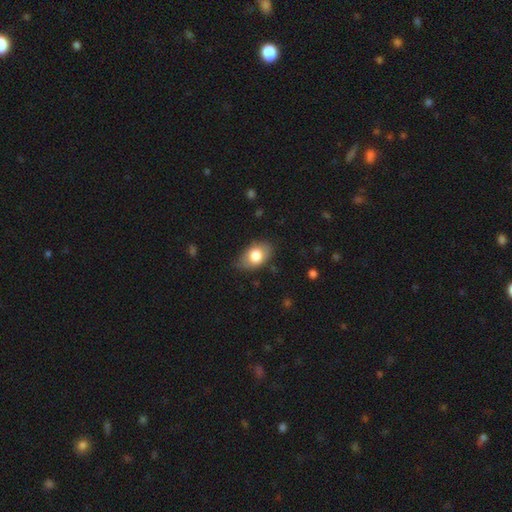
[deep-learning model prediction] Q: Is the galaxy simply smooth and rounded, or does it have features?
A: smooth — 78%.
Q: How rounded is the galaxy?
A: in between — 89%.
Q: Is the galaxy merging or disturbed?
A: none — 77%.